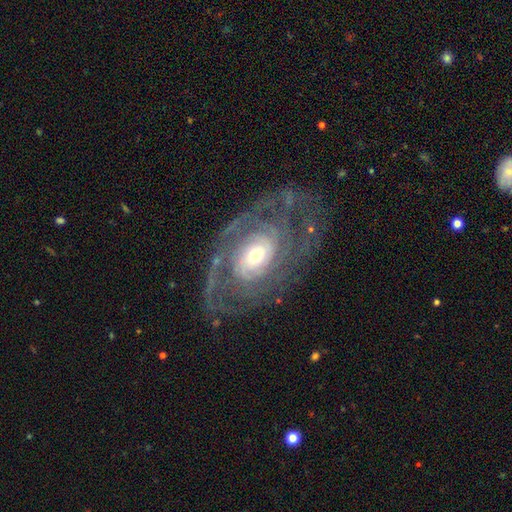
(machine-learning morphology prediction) featured or disk 89%, smooth 6%, star or artifact 5%. Down the decision tree: edge-on disk — no (96%); bar — no (63%); spiral arms — yes (97%); spiral arm count — 2 (28%); spiral winding — tight (67%); bulge size — moderate (46%); merging — none (69%).